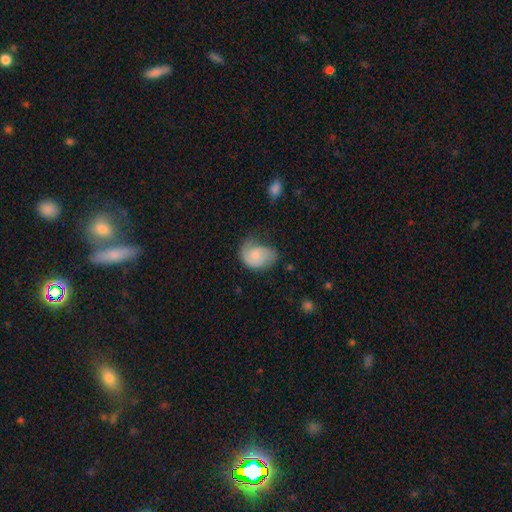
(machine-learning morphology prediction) A smooth galaxy with no disk features (57%) that is in between round and cigar-shaped (68%).

Vote fractions:
- Smooth or featured? smooth: 57% / featured or disk: 36% / star or artifact: 7%
- How rounded? in between: 68% / round: 31% / cigar-shaped: 1%
- Merging? minor disturbance: 38% (tied) / none: 38% (tied) / major disturbance: 22% / merger: 2%